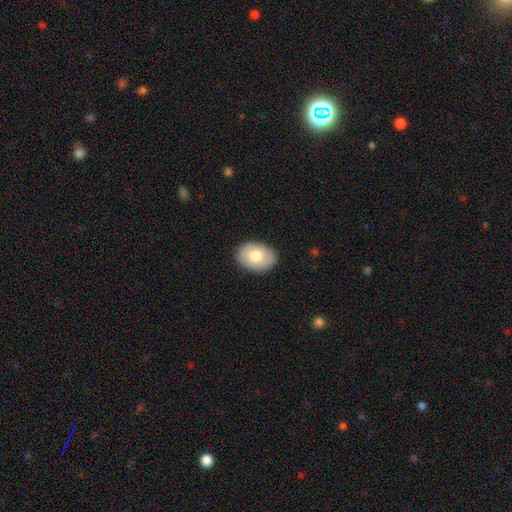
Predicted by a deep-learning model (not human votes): This is likely a smooth galaxy (72%). How rounded: likely in between (75%). Merging: clearly none (87%).